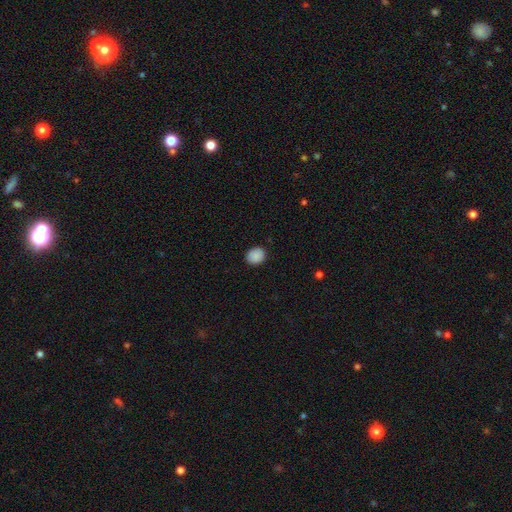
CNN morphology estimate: smooth-or-featured: smooth: 88% | star or artifact: 8% | featured or disk: 4%
  how-rounded: round: 66% | in between: 33% | cigar-shaped: 1%
  merging: none: 88% | minor disturbance: 9% | major disturbance: 2% | merger: 1%